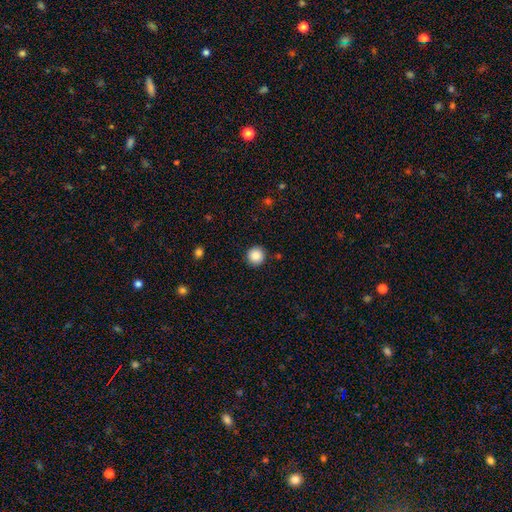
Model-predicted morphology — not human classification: Smooth or featured? smooth (87%)
How rounded? round (95%)
Merging? none (92%)